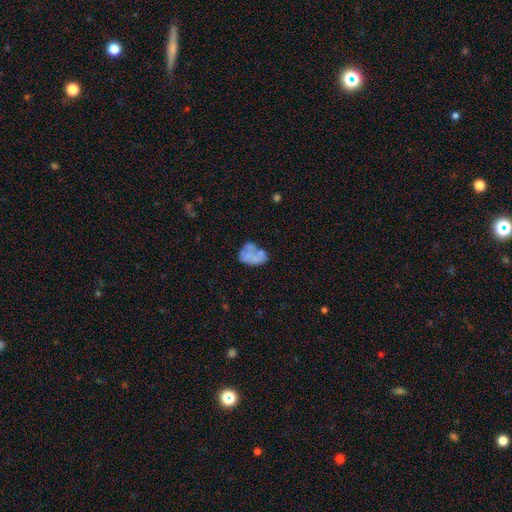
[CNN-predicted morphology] This appears to be a smooth galaxy with no disk features (52%) that is in between round and cigar-shaped (78%). Merging: none (37%).